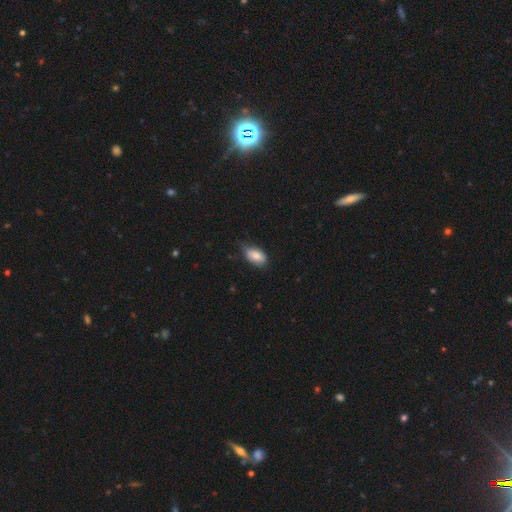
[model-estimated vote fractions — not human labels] A smooth galaxy with no disk features (81%) that is in between round and cigar-shaped (91%). Merging: none (54%).